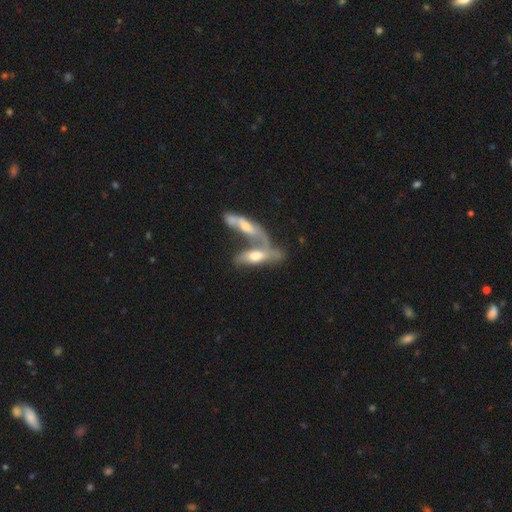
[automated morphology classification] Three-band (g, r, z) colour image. It shows a featured or disk galaxy (46%, tied with smooth). Merging: merger (69%).